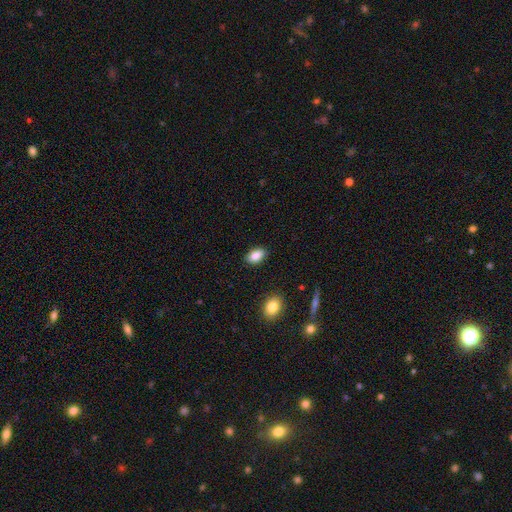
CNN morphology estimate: smooth 87%, star or artifact 8%, featured or disk 5%. Down the decision tree: how rounded — in between (91%); merging — none (87%).